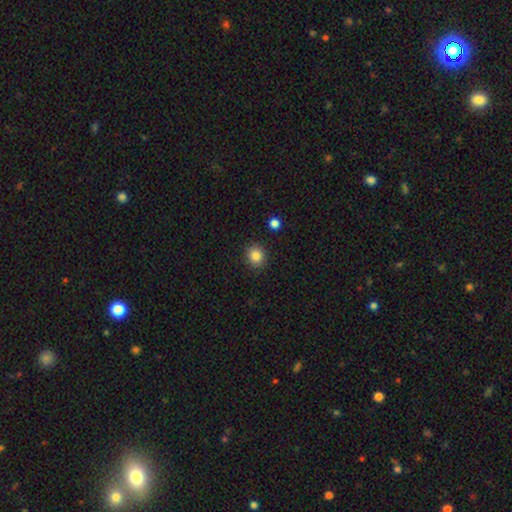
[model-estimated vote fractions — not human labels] A smooth galaxy with no disk features (85%) that is round (80%).

Vote fractions:
- Smooth or featured? smooth: 85% / star or artifact: 10% / featured or disk: 5%
- How rounded? round: 80% / in between: 19% / cigar-shaped: 1%
- Merging? none: 89% / minor disturbance: 7% / major disturbance: 2% / merger: 2%